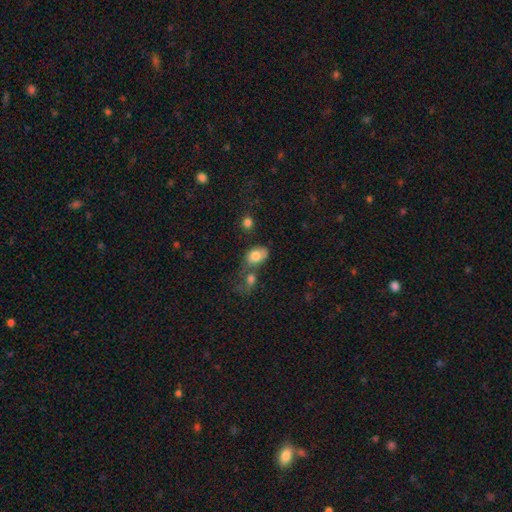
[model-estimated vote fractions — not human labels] Q: Smooth or featured?
A: smooth (76%); runner-up: featured or disk (15%)
Q: How rounded?
A: in between (78%); runner-up: round (20%)
Q: Merging?
A: merger (43%); runner-up: none (28%)